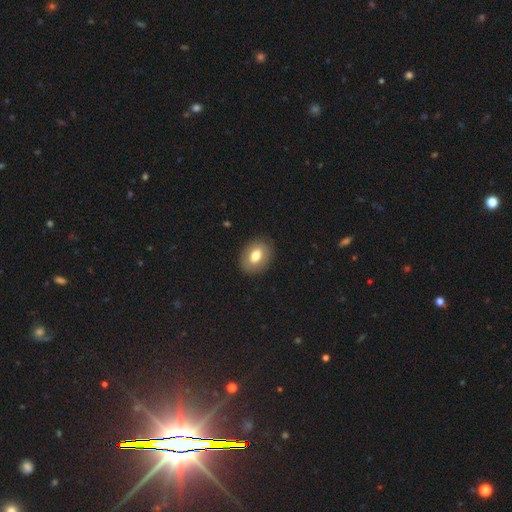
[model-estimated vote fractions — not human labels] Smooth or featured: smooth — 72% (featured or disk — 21%)
How rounded: in between — 72% (round — 27%)
Merging: none — 88% (minor disturbance — 9%)